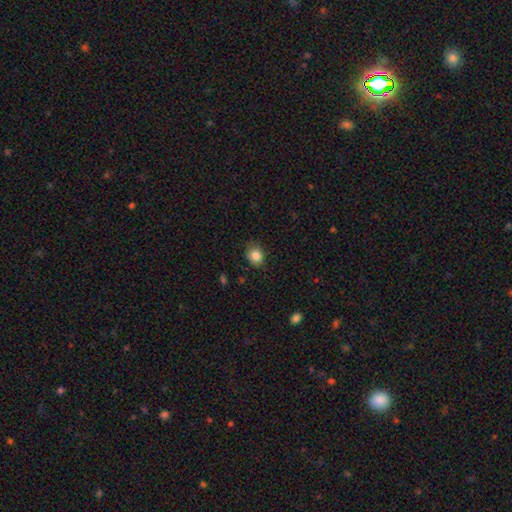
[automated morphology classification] Overall: smooth (84%). How rounded: round (66%; in between 33%). Merging: none (78%).